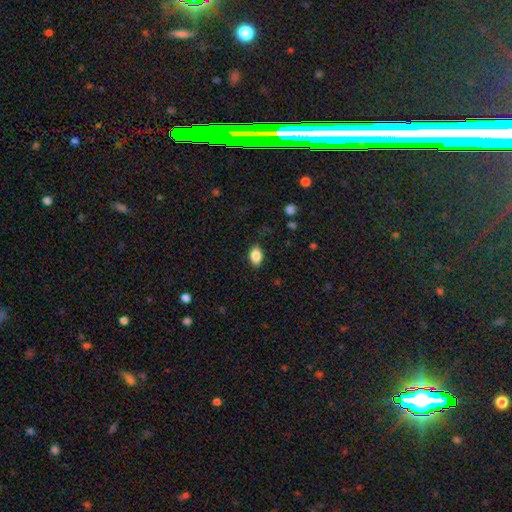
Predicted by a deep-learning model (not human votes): Morphology: type=smooth (86%); roundness=in between (84%); merging=none (83%).